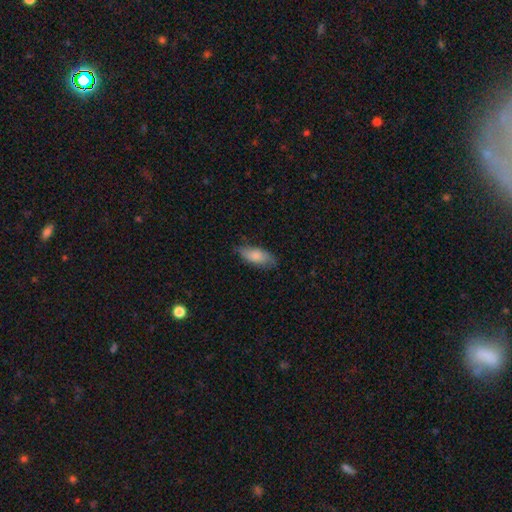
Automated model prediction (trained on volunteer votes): This is likely a smooth galaxy (80%). How rounded: clearly in between (84%). Merging: likely none (72%).